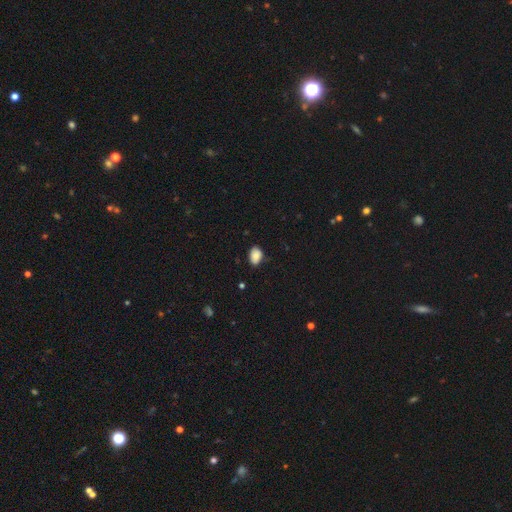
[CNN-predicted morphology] This appears to be a smooth galaxy with no disk features (85%) that is in between round and cigar-shaped (80%). Merging: none (76%).